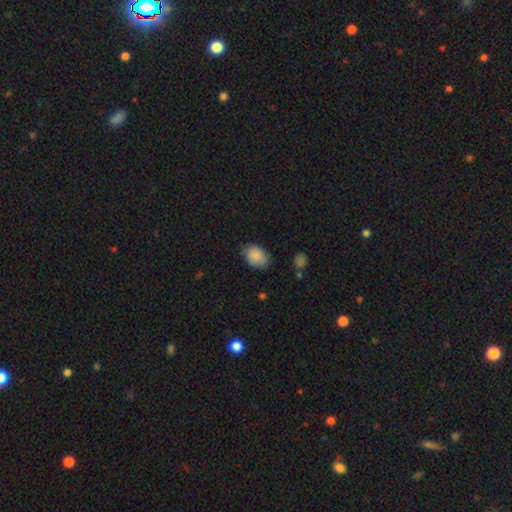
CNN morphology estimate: A smooth galaxy with no disk features (88%) that is in between round and cigar-shaped (81%).

Vote fractions:
- Smooth or featured? smooth: 88% / star or artifact: 7% / featured or disk: 5%
- How rounded? in between: 81% / round: 18% / cigar-shaped: 1%
- Merging? none: 76% / minor disturbance: 19% / major disturbance: 4% / merger: 1%